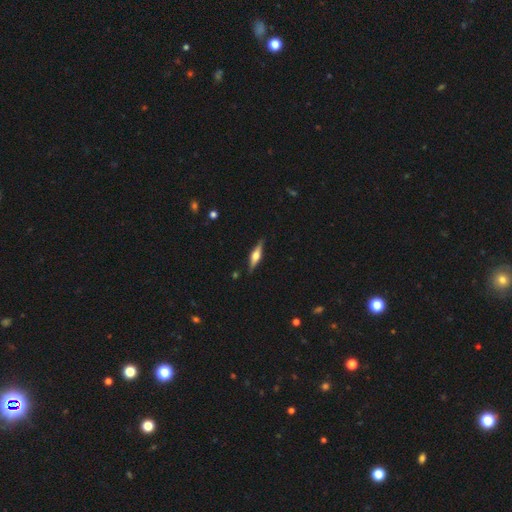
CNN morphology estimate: Q: Smooth or featured?
A: featured or disk (69%); runner-up: smooth (25%)
Q: Edge-on disk?
A: yes (97%); runner-up: no (3%)
Q: Edge-on bulge?
A: rounded (87%); runner-up: boxy (10%)
Q: Merging?
A: none (88%); runner-up: minor disturbance (9%)